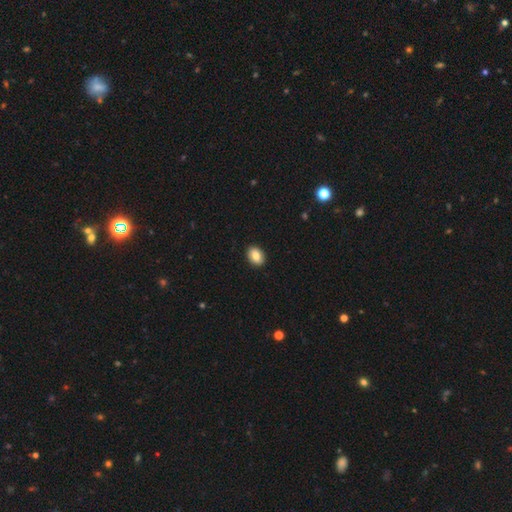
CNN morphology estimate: A smooth galaxy with no disk features (84%) that is in between round and cigar-shaped (75%).

Vote fractions:
- Smooth or featured? smooth: 84% / featured or disk: 9% / star or artifact: 7%
- How rounded? in between: 75% / round: 24% / cigar-shaped: 1%
- Merging? none: 91% / minor disturbance: 6% / major disturbance: 2% / merger: 1%